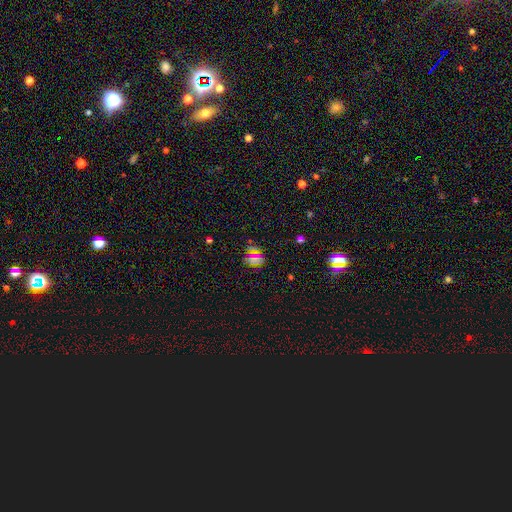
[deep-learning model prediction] Smooth or featured? smooth (54%)
How rounded? round (66%)
Merging? none (74%)